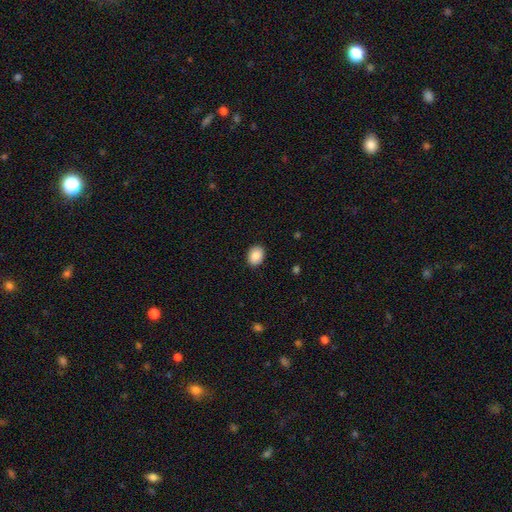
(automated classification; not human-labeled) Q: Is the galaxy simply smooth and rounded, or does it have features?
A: smooth — 88%.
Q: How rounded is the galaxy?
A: in between — 67%.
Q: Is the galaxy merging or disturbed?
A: none — 90%.